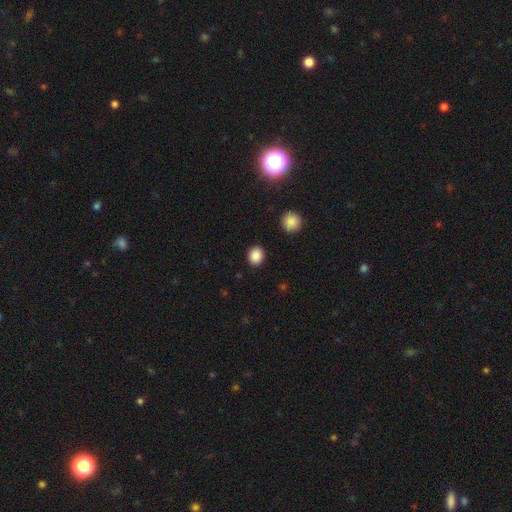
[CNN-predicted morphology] Q: Smooth or featured?
A: smooth (87%); runner-up: star or artifact (10%)
Q: How rounded?
A: round (58%); runner-up: in between (41%)
Q: Merging?
A: none (89%); runner-up: minor disturbance (7%)